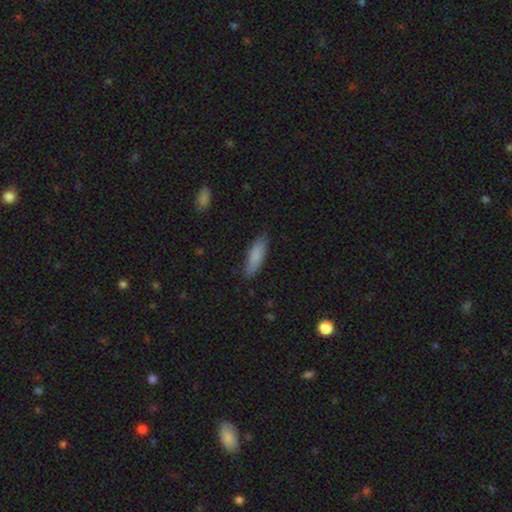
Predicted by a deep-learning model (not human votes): A smooth galaxy with no disk features (85%) that is cigar-shaped (54%).

Vote fractions:
- Smooth or featured? smooth: 85% / featured or disk: 9% / star or artifact: 6%
- How rounded? cigar-shaped: 54% / in between: 44% / round: 2%
- Merging? none: 83% / minor disturbance: 13% / major disturbance: 2% / merger: 1%